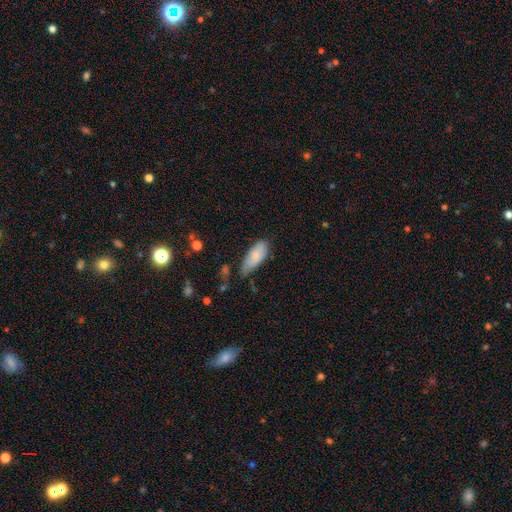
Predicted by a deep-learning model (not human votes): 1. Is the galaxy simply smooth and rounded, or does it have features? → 77% smooth, 17% featured or disk, 6% star or artifact.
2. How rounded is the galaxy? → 83% in between, 15% cigar-shaped, 2% round.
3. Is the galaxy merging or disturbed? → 45% none, 40% minor disturbance, 11% major disturbance, 4% merger.